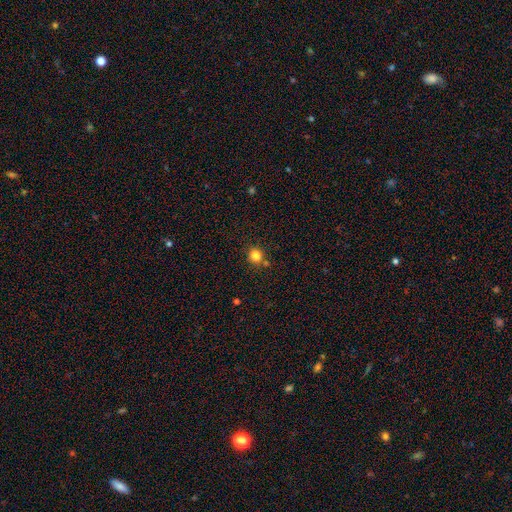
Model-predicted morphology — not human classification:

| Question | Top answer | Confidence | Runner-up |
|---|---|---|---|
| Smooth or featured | smooth | 82% | star or artifact (13%) |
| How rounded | round | 71% | in between (28%) |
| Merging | none | 75% | minor disturbance (12%) |